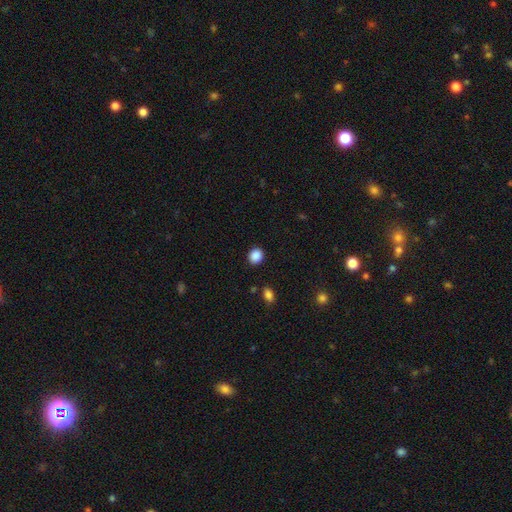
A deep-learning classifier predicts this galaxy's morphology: Smooth or featured: smooth — 88% (star or artifact — 9%)
How rounded: round — 77% (in between — 22%)
Merging: none — 89% (minor disturbance — 7%)